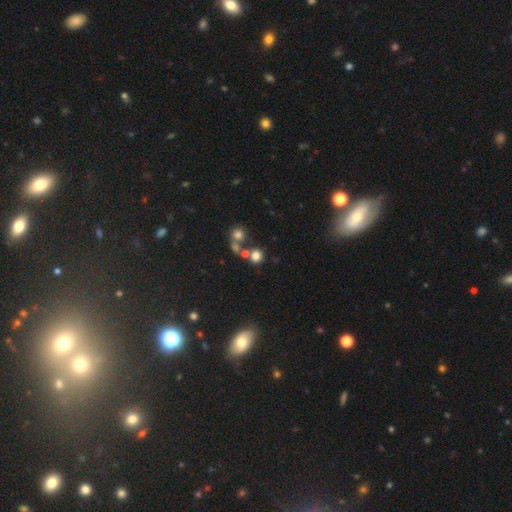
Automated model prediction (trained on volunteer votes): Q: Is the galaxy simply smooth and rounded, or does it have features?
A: smooth — 74%.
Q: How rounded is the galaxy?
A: round — 84%.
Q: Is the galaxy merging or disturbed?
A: none — 53%.